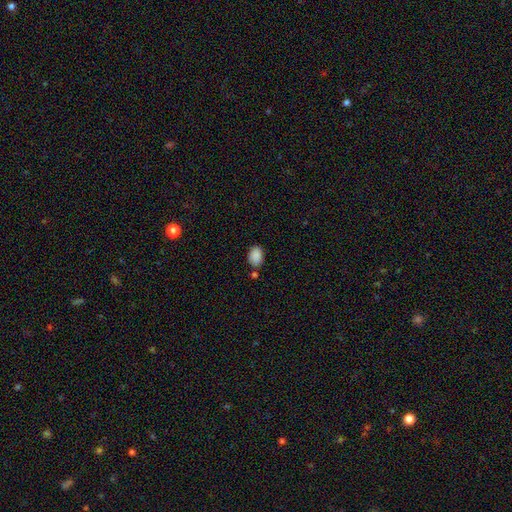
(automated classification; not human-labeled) A smooth galaxy with no disk features (88%) that is in between round and cigar-shaped (78%).

Vote fractions:
- Smooth or featured? smooth: 88% / star or artifact: 8% / featured or disk: 3%
- How rounded? in between: 78% / round: 21% / cigar-shaped: 1%
- Merging? none: 72% / minor disturbance: 15% / merger: 9% / major disturbance: 4%